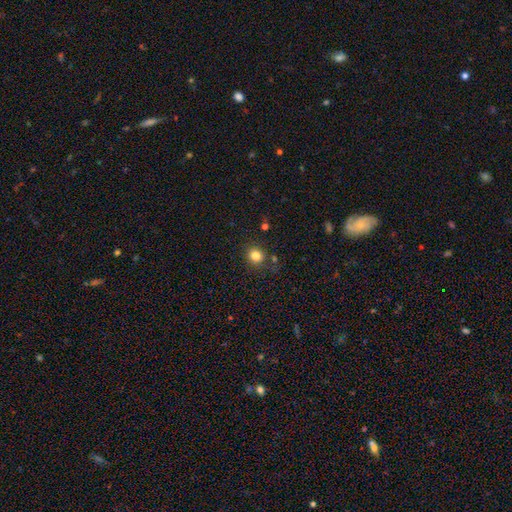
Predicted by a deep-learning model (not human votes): smooth 82%, star or artifact 13%, featured or disk 6%. Down the decision tree: how rounded — round (86%); merging — none (80%).